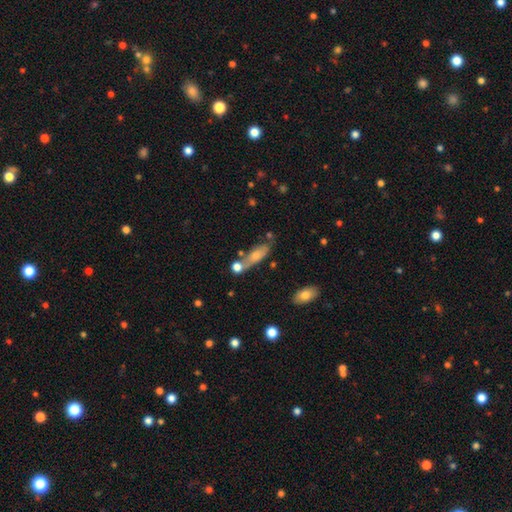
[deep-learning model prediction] smooth_or_featured: smooth (p=0.65) [alt: featured or disk p=0.27]
how_rounded: in between (p=0.55) [alt: cigar-shaped p=0.41]
merging: none (p=0.45) [alt: merger p=0.26]